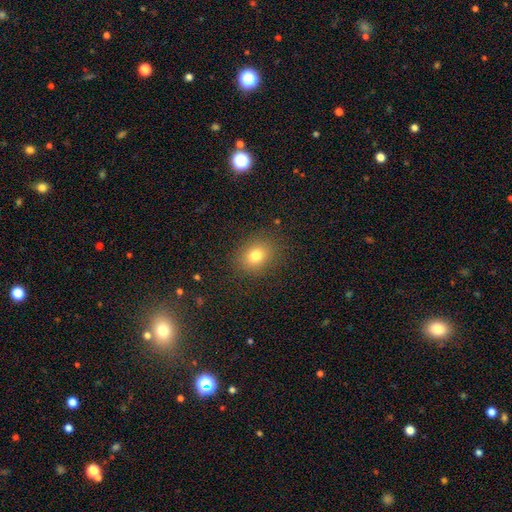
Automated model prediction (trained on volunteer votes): Overall: smooth (78%). How rounded: round (54%; in between 45%). Merging: none (86%).